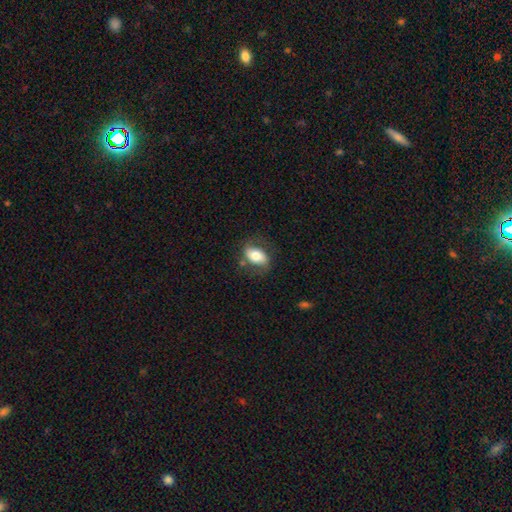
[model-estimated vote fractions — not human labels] Smooth or featured: smooth — 66% (featured or disk — 27%)
How rounded: in between — 87% (round — 10%)
Merging: none — 66% (minor disturbance — 21%)